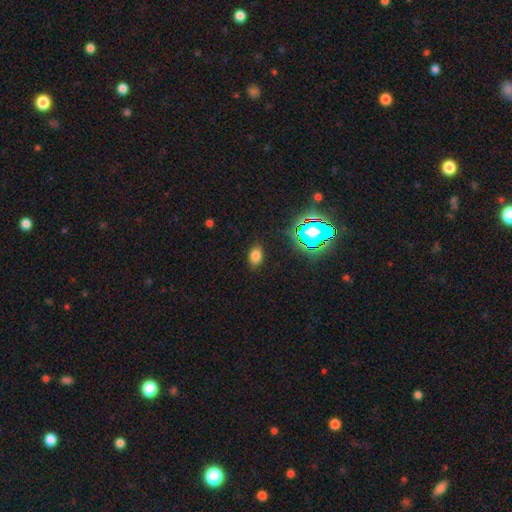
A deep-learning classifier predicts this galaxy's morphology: Overall: smooth (74%). How rounded: in between (85%). Merging: none (87%).